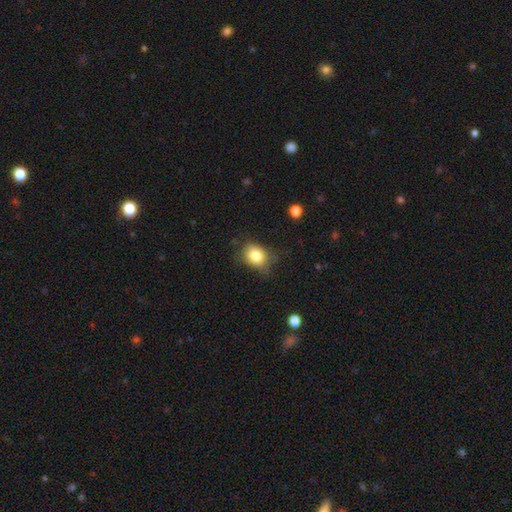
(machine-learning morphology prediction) smooth_or_featured: smooth (p=0.79) [alt: star or artifact p=0.10]
how_rounded: in between (p=0.53) [alt: round p=0.46]
merging: none (p=0.62) [alt: minor disturbance p=0.28]